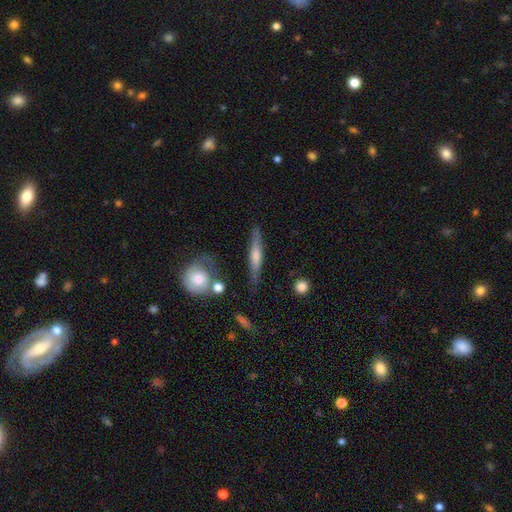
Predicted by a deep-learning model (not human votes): The model was most divided on "smooth or featured": featured or disk: 55%, smooth: 38%, star or artifact: 7%. More confident: edge-on disk — yes (91%); merging — none (78%); edge-on bulge — rounded (64%).